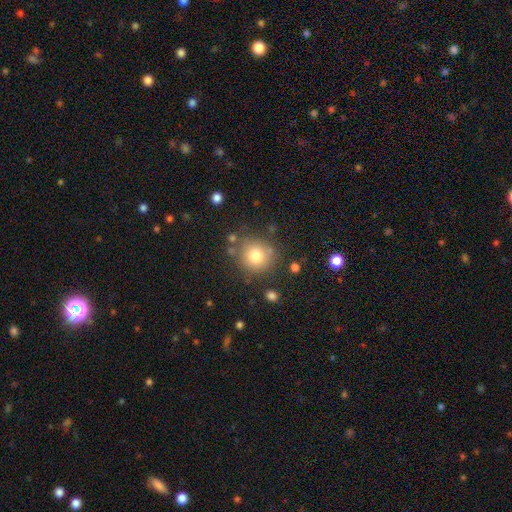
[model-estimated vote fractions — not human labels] Q: Smooth or featured?
A: smooth (77%); runner-up: star or artifact (12%)
Q: How rounded?
A: round (90%); runner-up: in between (9%)
Q: Merging?
A: none (75%); runner-up: minor disturbance (13%)